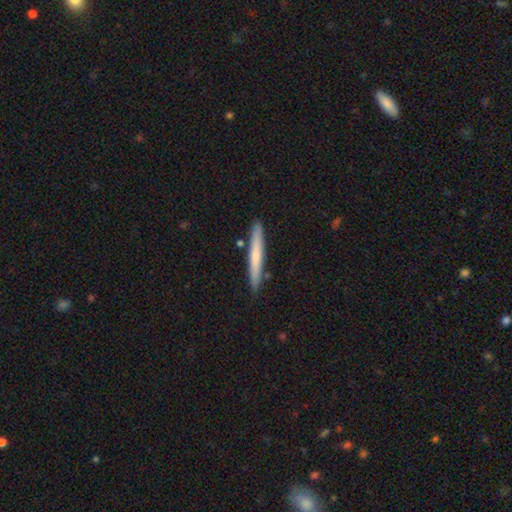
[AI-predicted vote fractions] smooth-or-featured: smooth: 62% | featured or disk: 33% | star or artifact: 5%
  how-rounded: cigar-shaped: 96% | in between: 3% | round: 1%
  merging: none: 88% | minor disturbance: 8% | merger: 2% | major disturbance: 1%